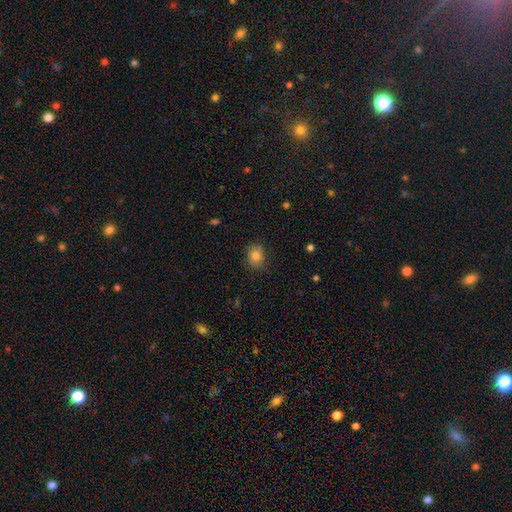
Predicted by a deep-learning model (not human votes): Smooth or featured: smooth — 80% (featured or disk — 11%)
How rounded: round — 61% (in between — 38%)
Merging: none — 71% (minor disturbance — 22%)